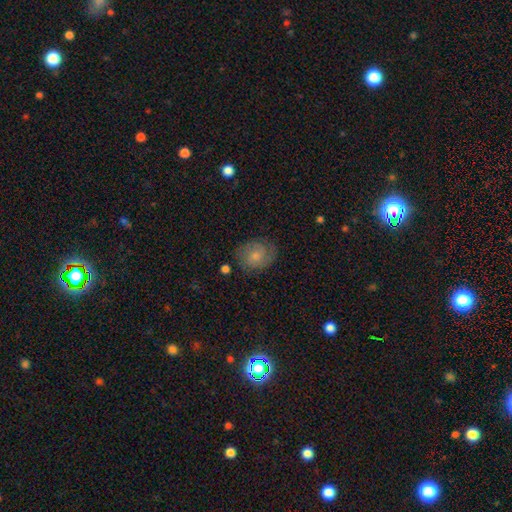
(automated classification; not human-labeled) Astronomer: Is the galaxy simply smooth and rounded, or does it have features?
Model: smooth — 58% (runner-up: featured or disk, 34%).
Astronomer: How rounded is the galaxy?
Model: round — 56% (runner-up: in between, 43%).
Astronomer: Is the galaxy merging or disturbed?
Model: none — 74%.